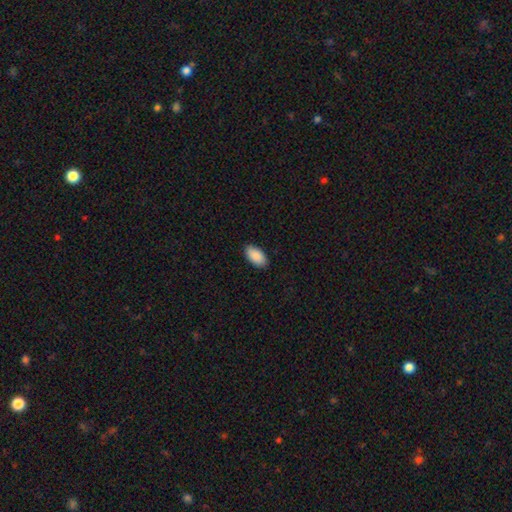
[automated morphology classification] smooth-or-featured: smooth: 90% | star or artifact: 6% | featured or disk: 4%
  how-rounded: in between: 95% | round: 2% | cigar-shaped: 2%
  merging: none: 88% | minor disturbance: 9% | major disturbance: 2% | merger: 1%